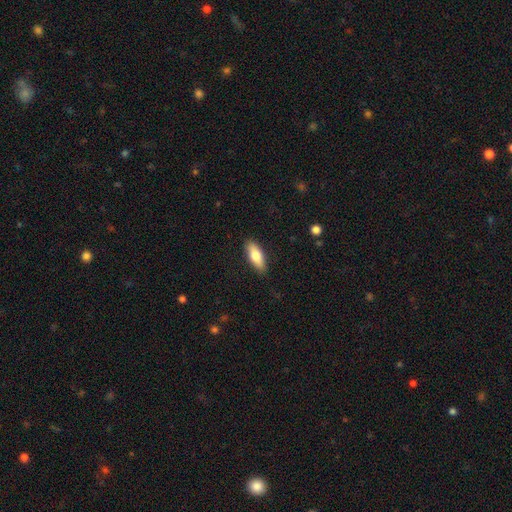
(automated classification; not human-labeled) smooth-or-featured: smooth: 76% | featured or disk: 18% | star or artifact: 6%
  how-rounded: in between: 71% | cigar-shaped: 26% | round: 2%
  merging: none: 88% | minor disturbance: 9% | major disturbance: 2% | merger: 1%